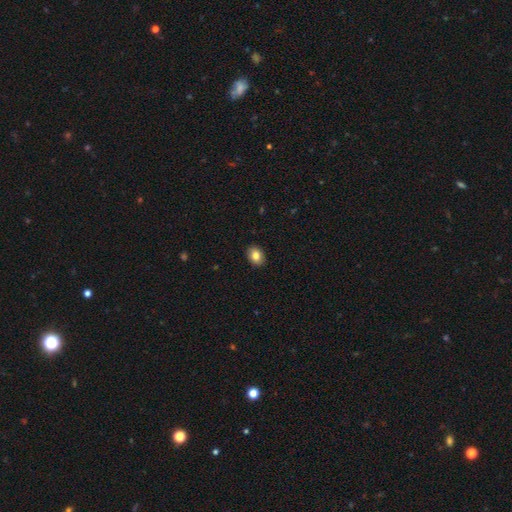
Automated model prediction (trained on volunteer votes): A smooth galaxy with no disk features (83%) that is in between round and cigar-shaped (62%).

Vote fractions:
- Smooth or featured? smooth: 83% / star or artifact: 8% / featured or disk: 8%
- How rounded? in between: 62% / round: 37% / cigar-shaped: 1%
- Merging? none: 90% / minor disturbance: 7% / major disturbance: 2% / merger: 1%